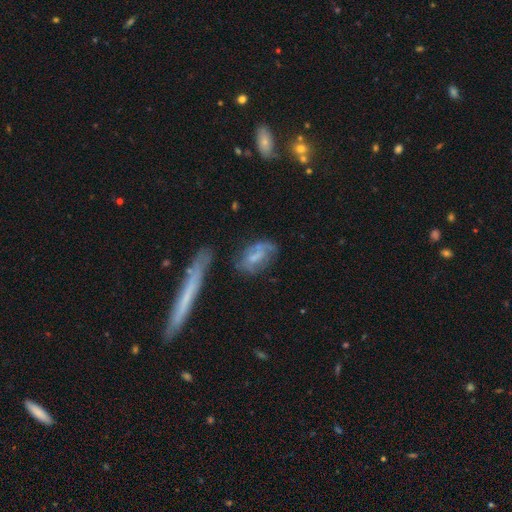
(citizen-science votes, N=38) smooth-or-featured: featured or disk: 58% | smooth: 42% | star or artifact: 0%
  disk-edge-on: no: 86% | yes: 14%
    bar: weak: 58% | no: 32% | strong: 11%
    has-spiral-arms: yes: 68% | no: 32%
      spiral-winding: tight: 46% | loose: 31% | medium: 23%
      spiral-arm-count: can't tell: 62% | 2: 31% | 1: 8% | 3: 0% | 4: 0% | more than 4: 0%
    bulge-size: none: 42% | large: 21% | small: 21% | moderate: 16% | dominant: 0%
  merging: none: 63% | major disturbance: 21% | minor disturbance: 16% | merger: 0%